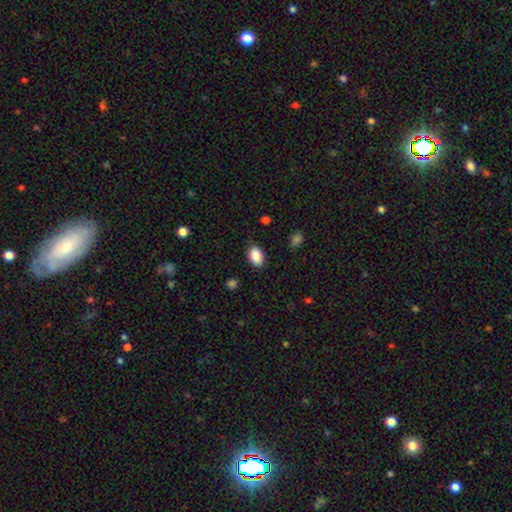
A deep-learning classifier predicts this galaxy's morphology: Smooth or featured? smooth (89%)
How rounded? in between (88%)
Merging? none (85%)